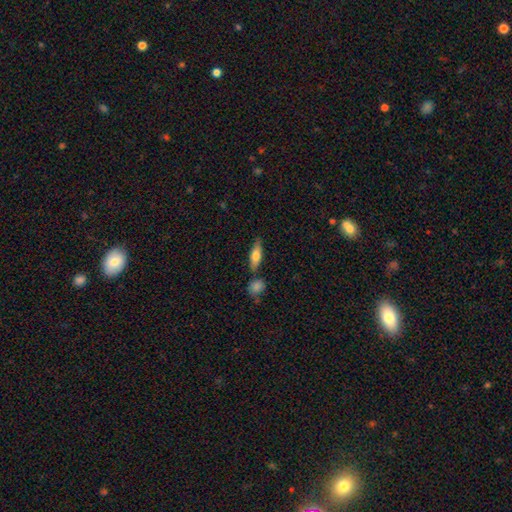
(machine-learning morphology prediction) The model was most divided on "how rounded": in between: 57%, cigar-shaped: 40%, round: 3%. More confident: merging — none (74%); smooth or featured — smooth (68%).